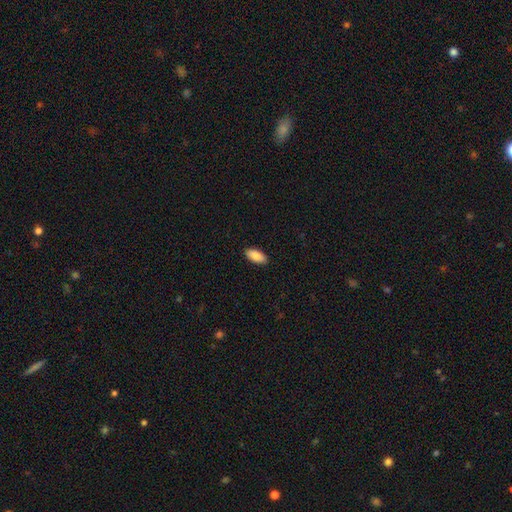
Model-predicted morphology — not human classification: Smooth or featured?
  - smooth: 88% *
  - featured or disk: 6%
  - star or artifact: 6%
How rounded?
  - in between: 91% *
  - cigar-shaped: 8%
  - round: 2%
Merging?
  - none: 90% *
  - minor disturbance: 8%
  - major disturbance: 2%
  - merger: 1%